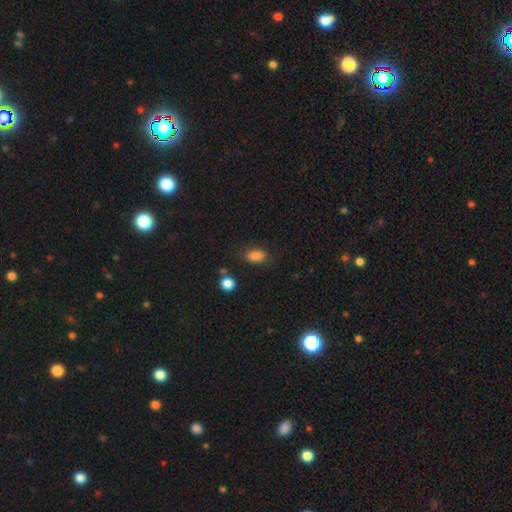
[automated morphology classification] A smooth galaxy with no disk features (85%) that is in between round and cigar-shaped (85%). Merging: none (78%).